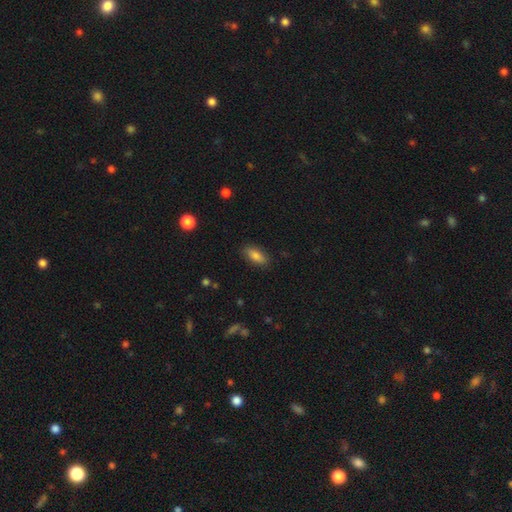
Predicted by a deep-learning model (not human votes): This is clearly a smooth galaxy (82%). How rounded: clearly in between (81%). Merging: clearly none (85%).